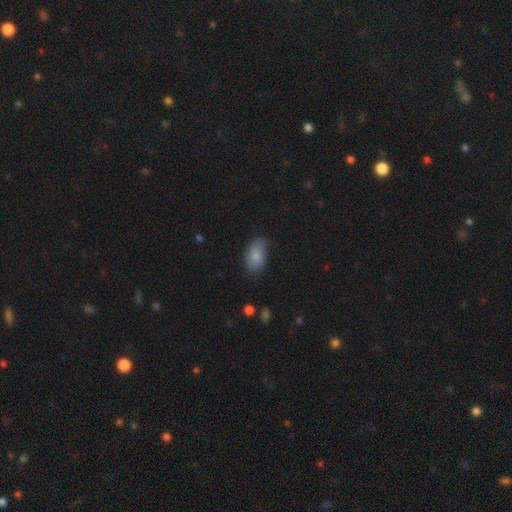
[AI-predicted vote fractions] Smooth or featured: smooth — 83% (featured or disk — 9%)
How rounded: in between — 92% (round — 6%)
Merging: none — 62% (minor disturbance — 30%)